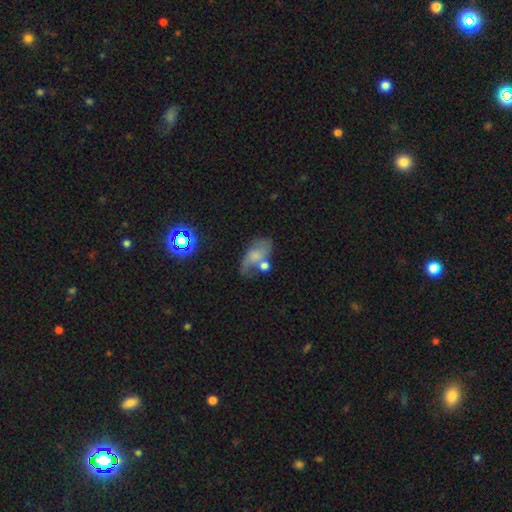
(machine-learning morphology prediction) This appears to be a smooth galaxy with no disk features (44%, tied with featured or disk). Merging: none (32%).